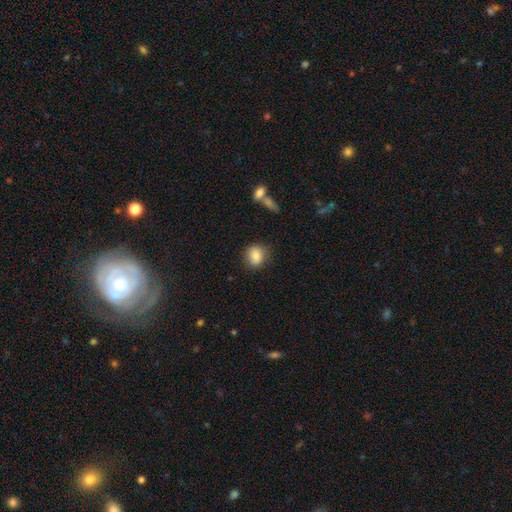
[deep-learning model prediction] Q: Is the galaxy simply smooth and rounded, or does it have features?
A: smooth — 82%.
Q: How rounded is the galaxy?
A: round — 65%.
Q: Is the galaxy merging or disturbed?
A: none — 78%.